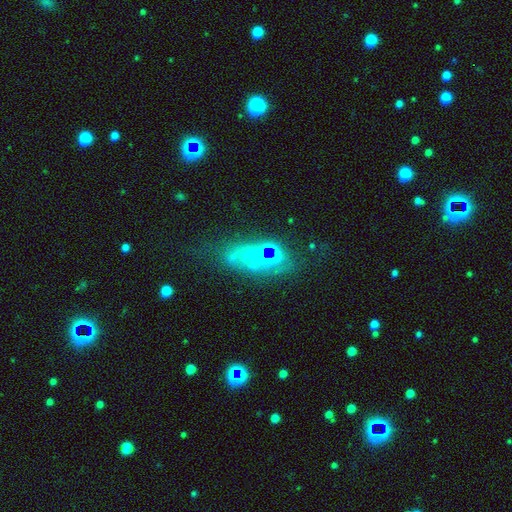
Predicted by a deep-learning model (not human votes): Overall: featured or disk (63%). Edge-on disk: no (84%). Bar: no (65%; weak 27%). Spiral arms: yes (63%; no 37%). Bulge size: small (49%; none 26%). Merging: none (51%; minor disturbance 22%).